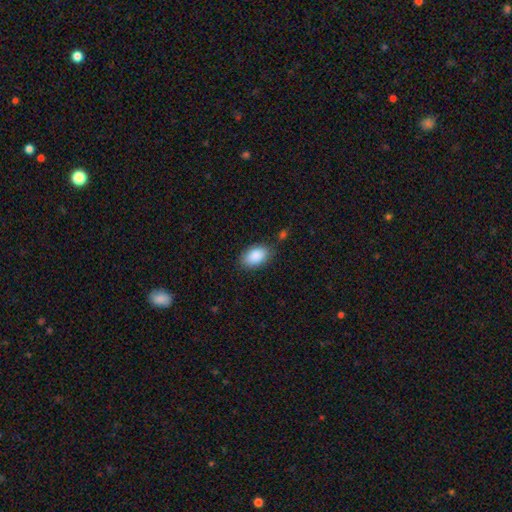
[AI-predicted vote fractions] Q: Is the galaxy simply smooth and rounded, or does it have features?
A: smooth — 89%.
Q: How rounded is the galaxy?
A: in between — 92%.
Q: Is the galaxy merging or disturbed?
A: none — 79%.